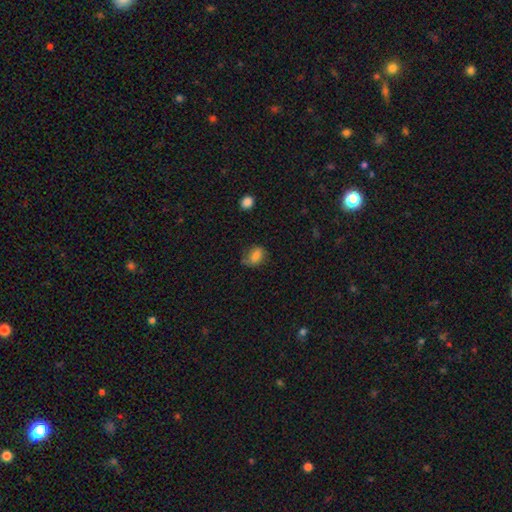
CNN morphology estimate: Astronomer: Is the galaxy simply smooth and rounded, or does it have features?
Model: smooth — 76%.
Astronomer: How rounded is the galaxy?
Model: in between — 74%.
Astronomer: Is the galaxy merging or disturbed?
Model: none — 52% (runner-up: minor disturbance, 32%).